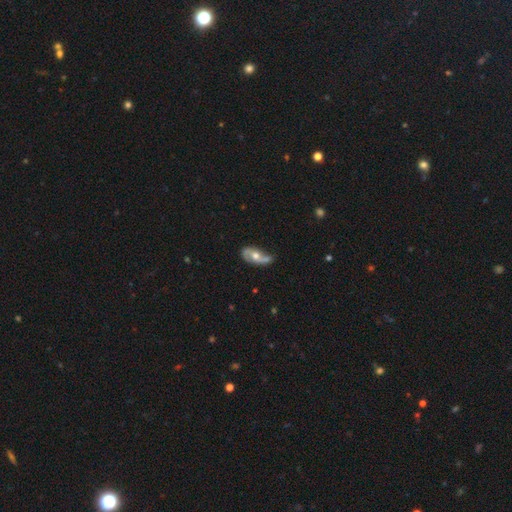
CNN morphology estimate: smooth-or-featured: featured or disk: 70% | smooth: 23% | star or artifact: 6%
  disk-edge-on: no: 92% | yes: 8%
    bar: no: 65% | weak: 26% | strong: 8%
    has-spiral-arms: yes: 82% | no: 18%
      spiral-winding: loose: 56% | medium: 32% | tight: 12%
      spiral-arm-count: 2: 80% | 1: 9% | can't tell: 8% | 3: 1% | 4: 1% | more than 4: 1%
    bulge-size: moderate: 72% | small: 17% | large: 8% | none: 2% | dominant: 1%
  merging: none: 46% | minor disturbance: 30% | major disturbance: 15% | merger: 9%